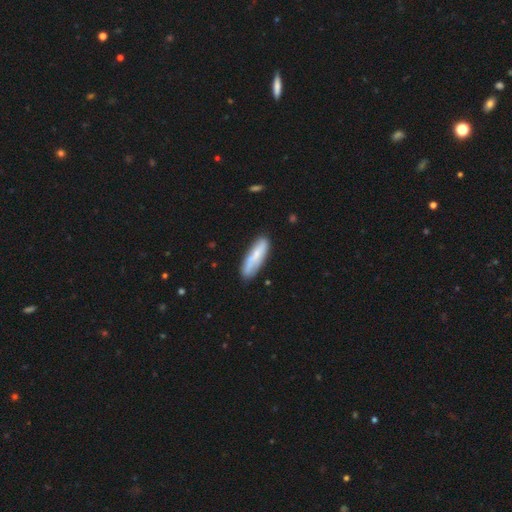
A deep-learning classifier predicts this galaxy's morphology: smooth-or-featured: smooth: 59% | featured or disk: 35% | star or artifact: 6%
  how-rounded: cigar-shaped: 60% | in between: 38% | round: 2%
  merging: none: 73% | minor disturbance: 19% | major disturbance: 4% | merger: 4%